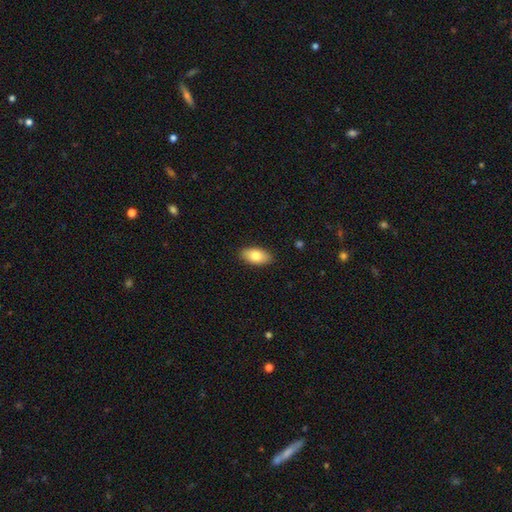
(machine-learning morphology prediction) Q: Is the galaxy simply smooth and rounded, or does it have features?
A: smooth — 81%.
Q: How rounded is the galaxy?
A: in between — 93%.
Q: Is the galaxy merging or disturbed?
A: none — 88%.